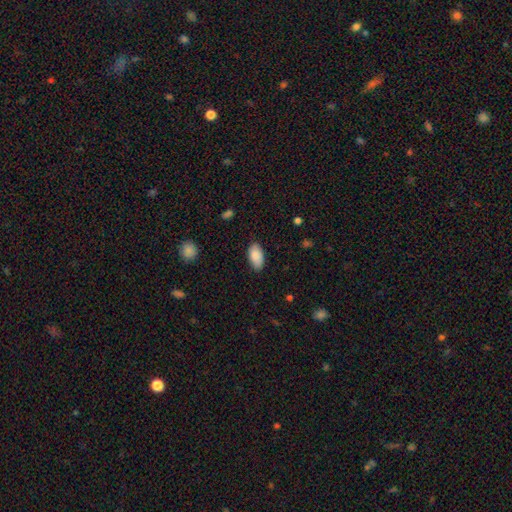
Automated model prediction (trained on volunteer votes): A smooth galaxy with no disk features (89%) that is in between round and cigar-shaped (95%).

Vote fractions:
- Smooth or featured? smooth: 89% / star or artifact: 6% / featured or disk: 5%
- How rounded? in between: 95% / cigar-shaped: 3% / round: 3%
- Merging? none: 84% / minor disturbance: 13% / major disturbance: 3% / merger: 1%